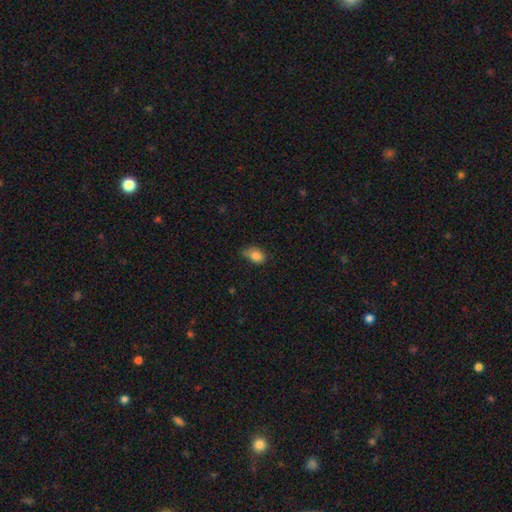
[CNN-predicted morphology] Q: Smooth or featured?
A: smooth (84%); runner-up: star or artifact (9%)
Q: How rounded?
A: in between (81%); runner-up: round (18%)
Q: Merging?
A: none (53%); runner-up: minor disturbance (37%)